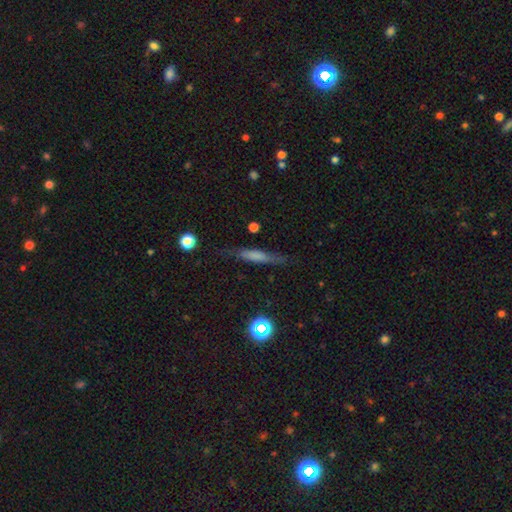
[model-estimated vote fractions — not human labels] Overall: smooth (58%; featured or disk 33%). How rounded: cigar-shaped (85%). Merging: none (76%).